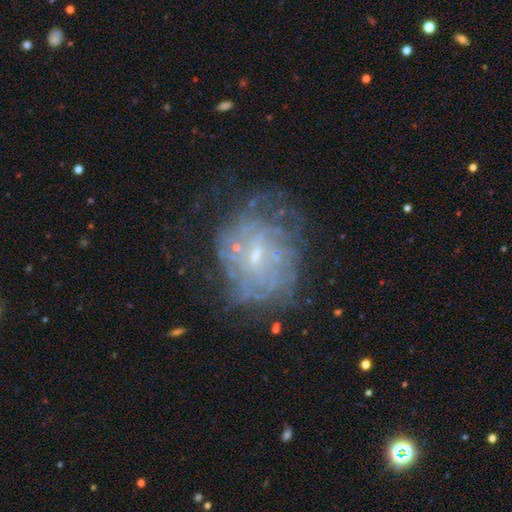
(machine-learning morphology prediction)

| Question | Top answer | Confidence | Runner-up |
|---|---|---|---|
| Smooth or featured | featured or disk | 72% | smooth (17%) |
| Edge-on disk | no | 97% | yes (3%) |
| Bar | no | 49% | weak (42%) |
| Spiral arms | yes | 67% | no (33%) |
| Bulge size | small | 73% | moderate (15%) |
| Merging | none | 56% | minor disturbance (21%) |